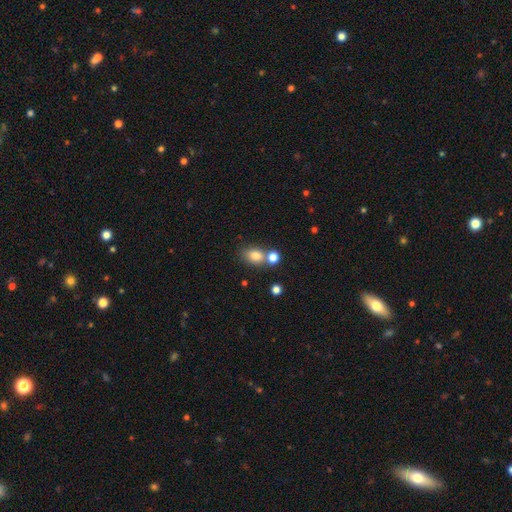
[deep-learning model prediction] Q: Smooth or featured?
A: smooth (80%); runner-up: star or artifact (12%)
Q: How rounded?
A: in between (57%); runner-up: round (42%)
Q: Merging?
A: none (54%); runner-up: merger (31%)